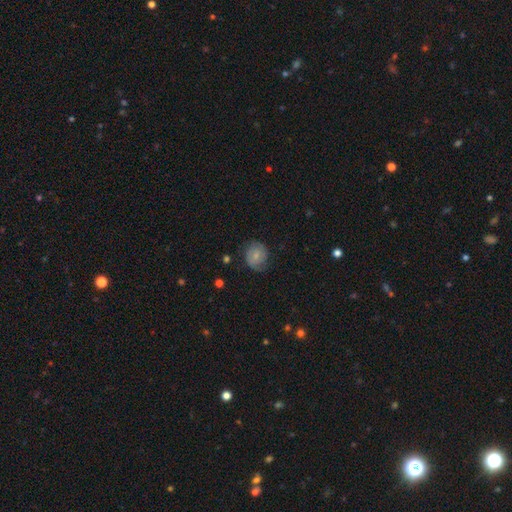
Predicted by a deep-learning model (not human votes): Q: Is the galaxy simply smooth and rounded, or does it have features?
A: smooth — 58%.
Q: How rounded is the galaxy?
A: round — 71%.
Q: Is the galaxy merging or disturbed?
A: none — 67%.